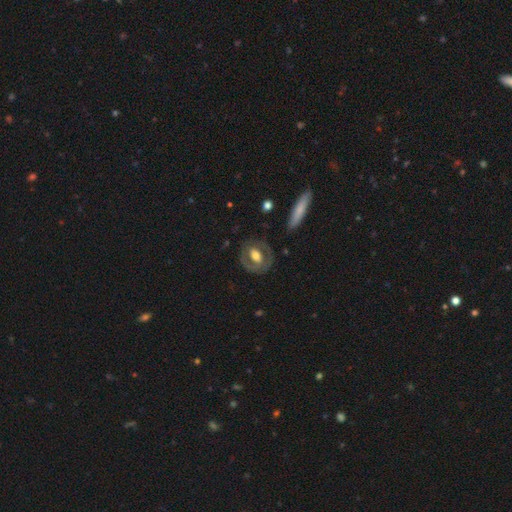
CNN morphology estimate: A featured or disk galaxy (56%) with no bar (57%), no spiral arms (72%) and a moderate central bulge (56%).

Vote fractions:
- Smooth or featured? featured or disk: 56% / smooth: 38% / star or artifact: 6%
- Edge-on disk? no: 92% / yes: 8%
- Bar? no: 57% / weak: 27% / strong: 16%
- Spiral arms? no: 72% / yes: 28%
- Bulge size? moderate: 56% / large: 31% / small: 9% / dominant: 2% / none: 2%
- Merging? none: 74% / minor disturbance: 15% / major disturbance: 9% / merger: 2%